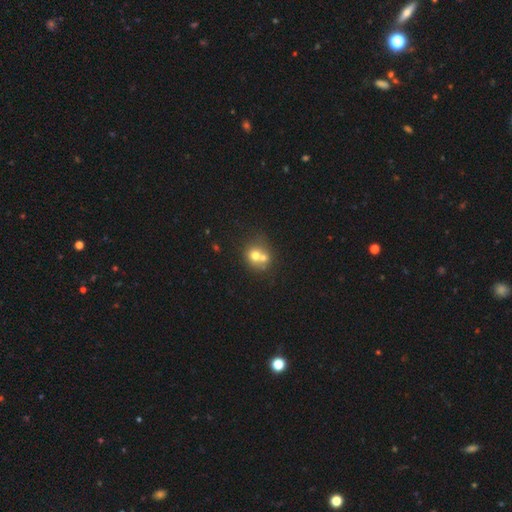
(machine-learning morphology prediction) This appears to be a smooth galaxy with no disk features (66%) that is round (78%). Merging: merger (56%).